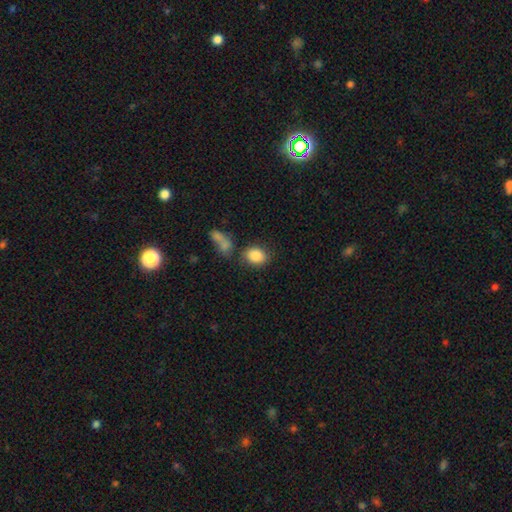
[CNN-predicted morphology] A smooth galaxy with no disk features (85%) that is in between round and cigar-shaped (59%). Merging: none (72%).